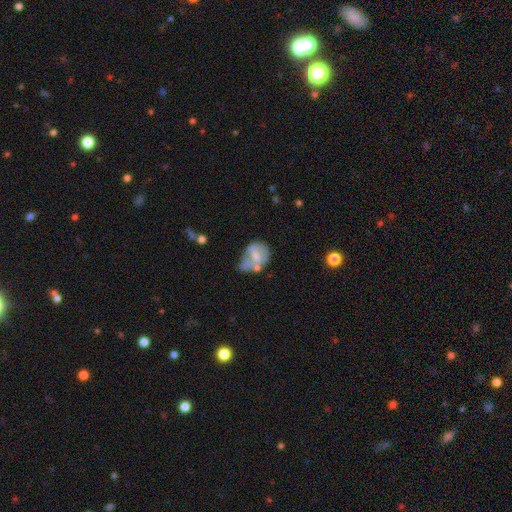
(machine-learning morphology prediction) A smooth galaxy with no disk features (47%).

Vote fractions:
- Smooth or featured? smooth: 47% / featured or disk: 44% / star or artifact: 9%
- Merging? minor disturbance: 30% / none: 26% / major disturbance: 23% / merger: 21%